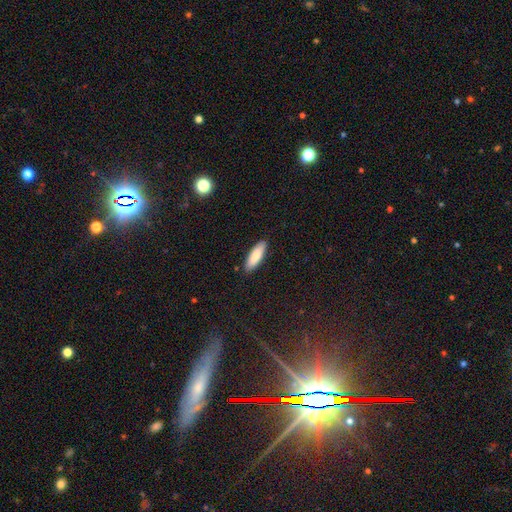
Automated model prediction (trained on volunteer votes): A smooth galaxy with no disk features (85%) that is in between round and cigar-shaped (50%). Merging: none (88%).